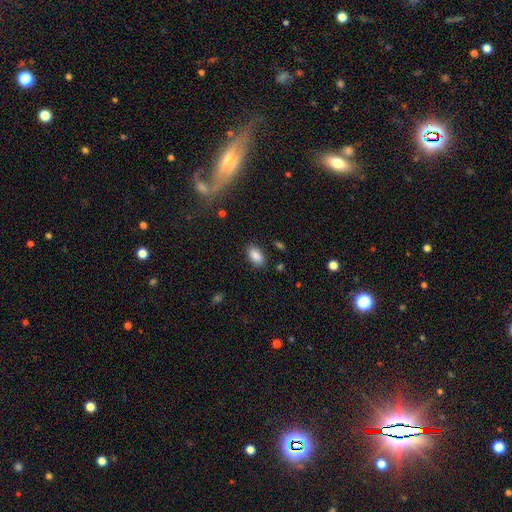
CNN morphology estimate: A smooth galaxy with no disk features (86%) that is in between round and cigar-shaped (93%).

Vote fractions:
- Smooth or featured? smooth: 86% / star or artifact: 8% / featured or disk: 5%
- How rounded? in between: 93% / round: 5% / cigar-shaped: 3%
- Merging? none: 85% / minor disturbance: 10% / major disturbance: 3% / merger: 2%